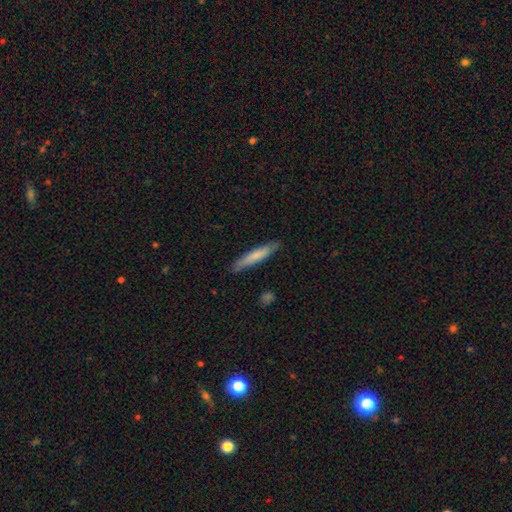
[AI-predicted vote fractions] Morphology: type=smooth (71%); roundness=cigar-shaped (93%); merging=none (84%).